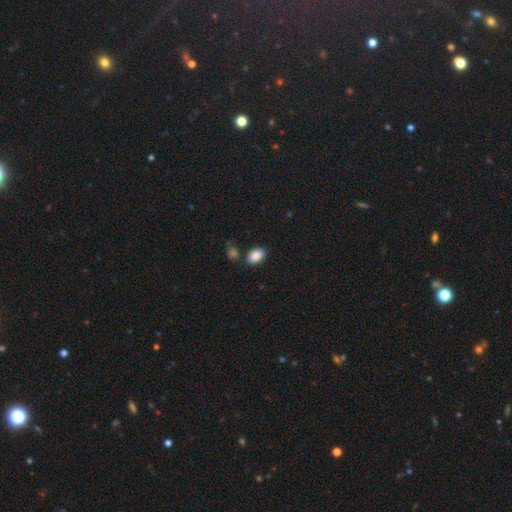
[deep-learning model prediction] This appears to be a smooth galaxy with no disk features (87%) that is in between round and cigar-shaped (87%). Merging: none (79%).